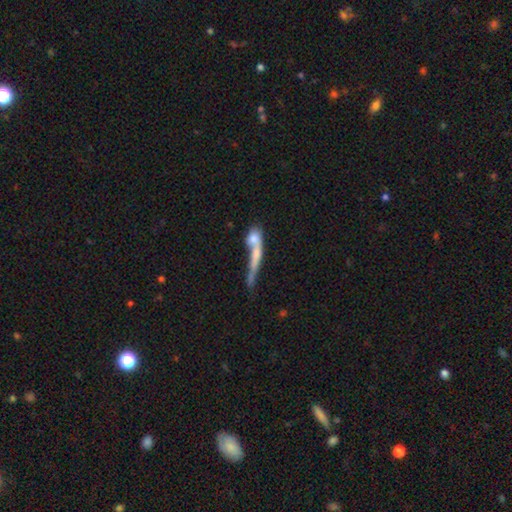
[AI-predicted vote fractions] Smooth or featured: smooth — 56% (featured or disk — 34%)
How rounded: cigar-shaped — 68% (in between — 20%)
Merging: merger — 50% (none — 26%)